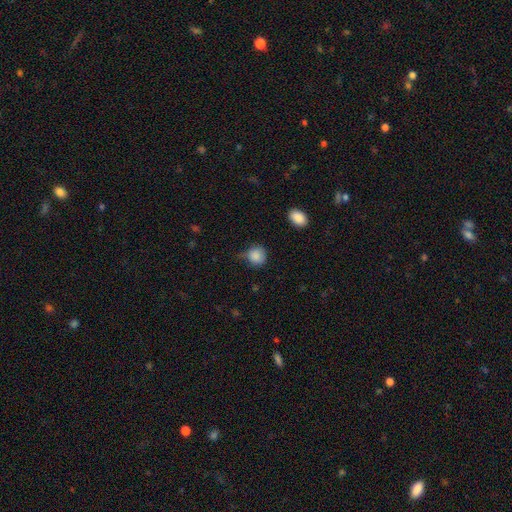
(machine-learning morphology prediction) smooth_or_featured: smooth (p=0.86) [alt: star or artifact p=0.09]
how_rounded: round (p=0.84) [alt: in between p=0.15]
merging: none (p=0.57) [alt: minor disturbance p=0.32]